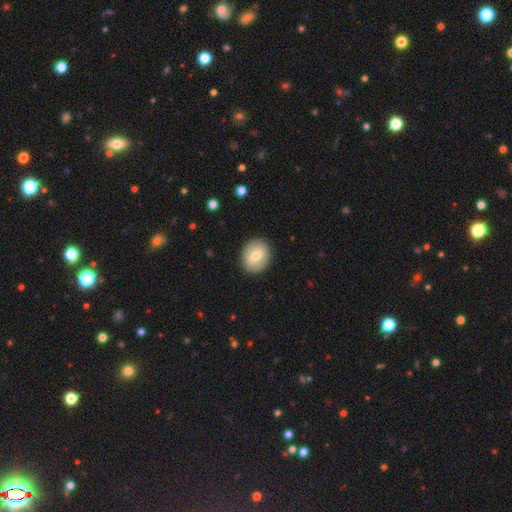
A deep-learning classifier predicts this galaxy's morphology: A smooth galaxy with no disk features (62%) that is round (62%).

Vote fractions:
- Smooth or featured? smooth: 62% / featured or disk: 31% / star or artifact: 7%
- How rounded? round: 62% / in between: 37% / cigar-shaped: 1%
- Merging? none: 88% / minor disturbance: 8% / major disturbance: 3% / merger: 1%